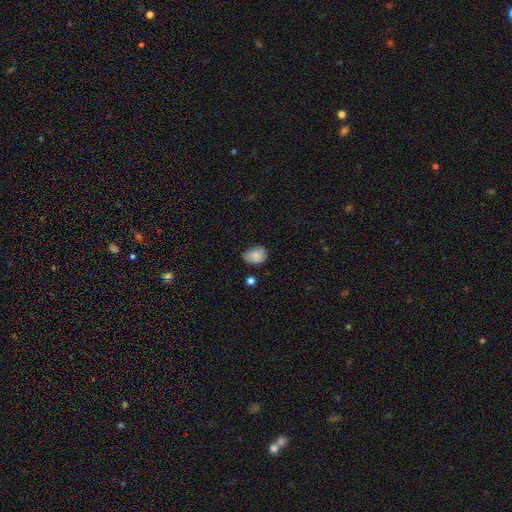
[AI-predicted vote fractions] Overall: smooth (82%). How rounded: in between (62%; round 37%). Merging: none (59%; minor disturbance 32%).